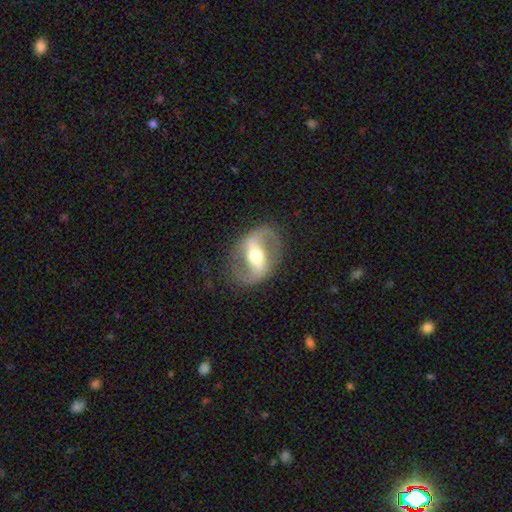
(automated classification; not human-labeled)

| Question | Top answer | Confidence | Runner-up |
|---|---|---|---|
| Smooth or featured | featured or disk | 86% | smooth (9%) |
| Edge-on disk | no | 95% | yes (5%) |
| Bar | strong | 61% | weak (27%) |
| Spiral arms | yes | 87% | no (13%) |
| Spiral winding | medium | 48% | loose (38%) |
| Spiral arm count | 2 | 92% | can't tell (3%) |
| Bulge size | moderate | 66% | large (17%) |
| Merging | none | 83% | minor disturbance (10%) |